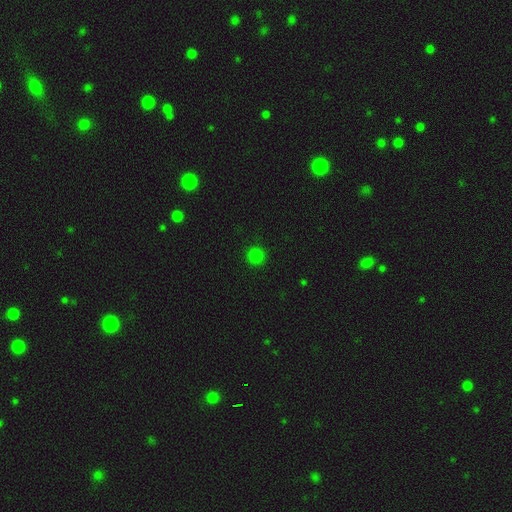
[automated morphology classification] smooth_or_featured: smooth (p=0.82) [alt: star or artifact p=0.15]
how_rounded: round (p=0.94) [alt: in between p=0.05]
merging: none (p=0.92) [alt: minor disturbance p=0.05]